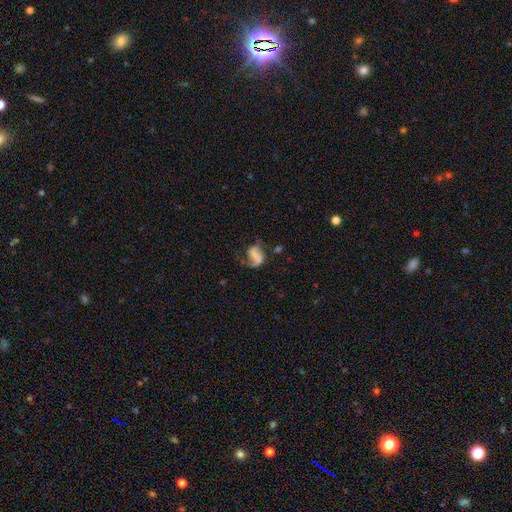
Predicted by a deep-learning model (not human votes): A featured or disk galaxy (61%) with no bar (38%), spiral arms (83%) and no central bulge (65%). Merging: none (39%).